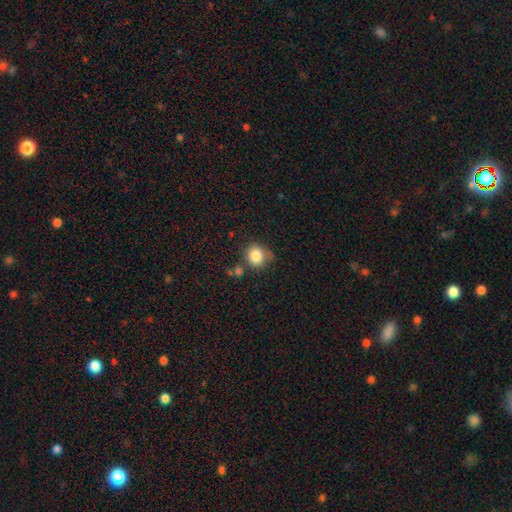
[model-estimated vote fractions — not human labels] Smooth or featured? Predicted: smooth (p=0.84). How rounded? Predicted: round (p=0.81). Merging? Predicted: none (p=0.61).